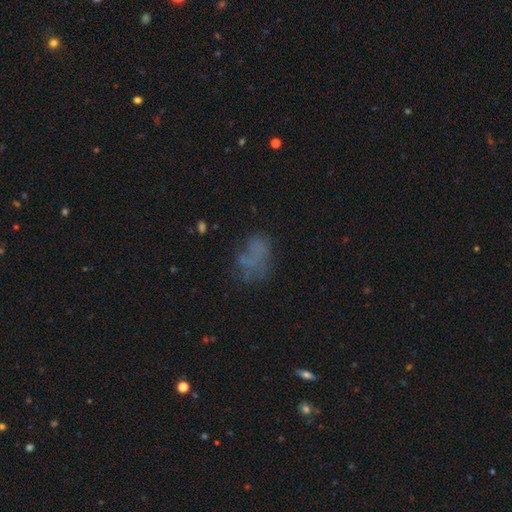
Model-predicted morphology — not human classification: A smooth galaxy with no disk features (49%). Merging: none (44%).